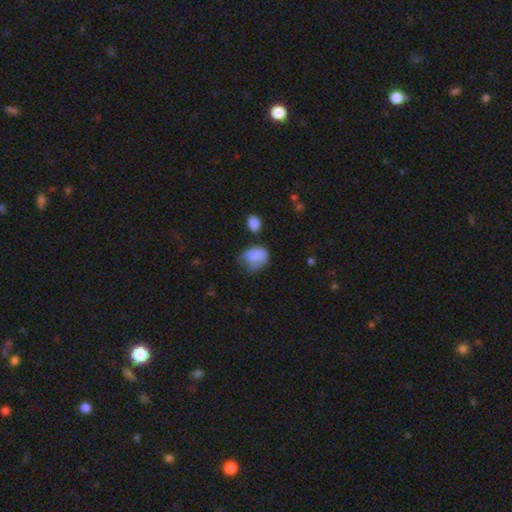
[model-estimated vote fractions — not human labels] Morphology: type=smooth (80%); roundness=in between (57%); merging=minor disturbance (37%).